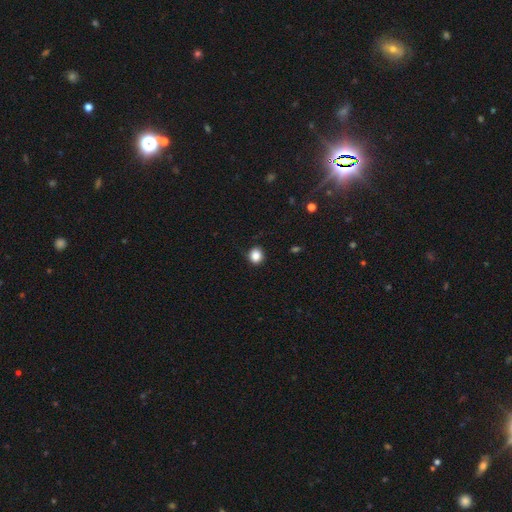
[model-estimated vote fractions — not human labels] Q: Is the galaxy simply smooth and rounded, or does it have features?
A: smooth — 86%.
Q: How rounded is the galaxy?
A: round — 82%.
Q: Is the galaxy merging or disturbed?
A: none — 86%.